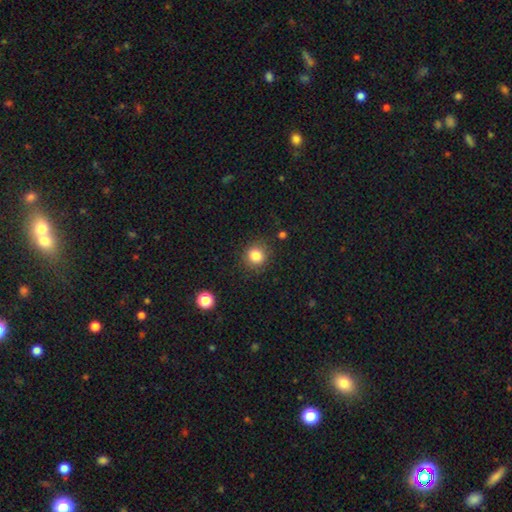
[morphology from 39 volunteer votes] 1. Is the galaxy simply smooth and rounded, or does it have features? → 92% smooth, 5% star or artifact, 3% featured or disk.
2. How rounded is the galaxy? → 94% round, 6% in between, 0% cigar-shaped.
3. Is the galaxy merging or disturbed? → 92% none, 5% major disturbance, 3% minor disturbance, 0% merger.